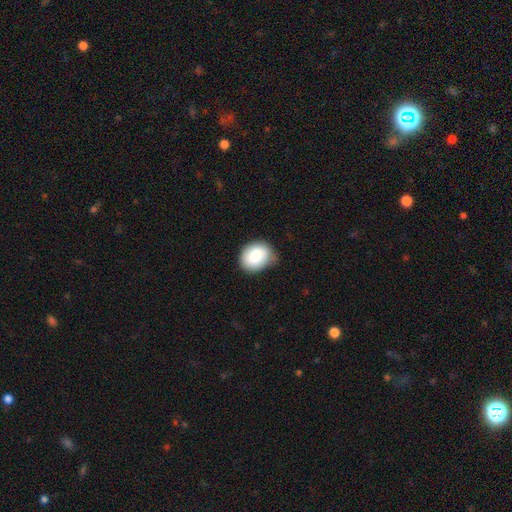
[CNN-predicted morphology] The model was most divided on "how rounded": round: 54%, in between: 45%, cigar-shaped: 1%. More confident: smooth or featured — smooth (85%); merging — none (68%).